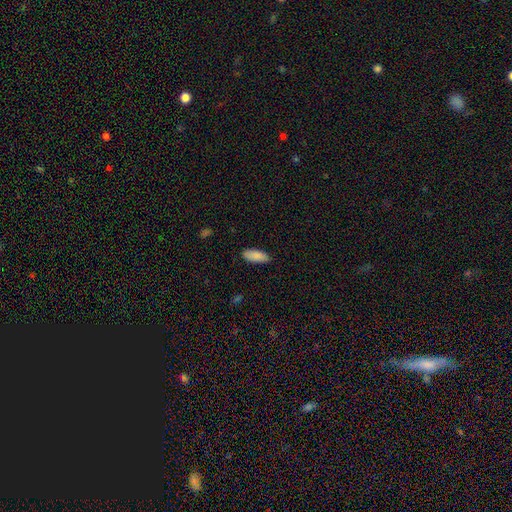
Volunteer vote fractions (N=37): smooth_or_featured: smooth (p=0.89) [alt: featured or disk p=0.05]
how_rounded: in between (p=0.73) [alt: cigar-shaped p=0.27]
merging: none (p=0.74) [alt: minor disturbance p=0.26]